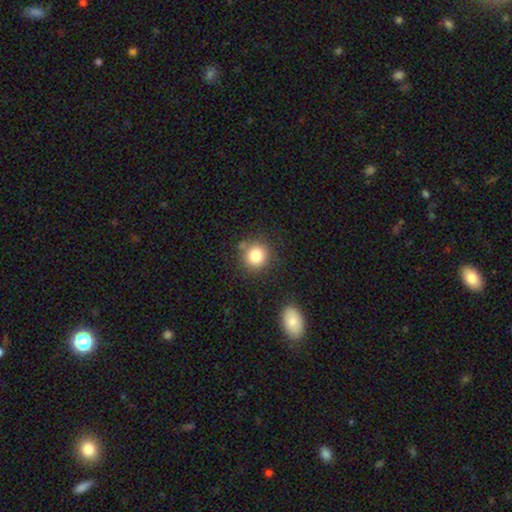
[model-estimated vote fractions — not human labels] smooth_or_featured: smooth (p=0.82) [alt: star or artifact p=0.11]
how_rounded: round (p=0.90) [alt: in between p=0.09]
merging: none (p=0.79) [alt: minor disturbance p=0.11]